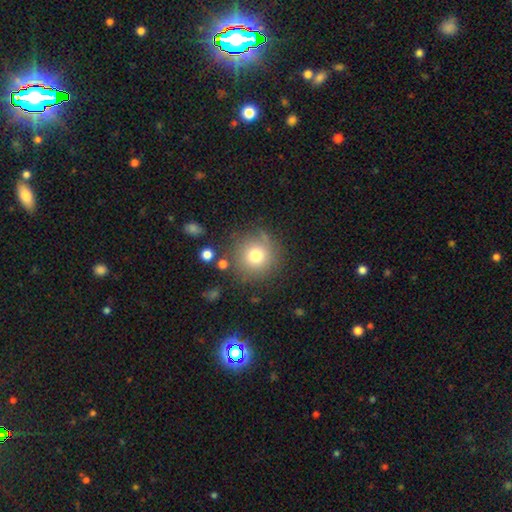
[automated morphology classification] The model was most divided on "smooth or featured": smooth: 74%, star or artifact: 13%, featured or disk: 13%. More confident: how rounded — round (94%); merging — none (81%).